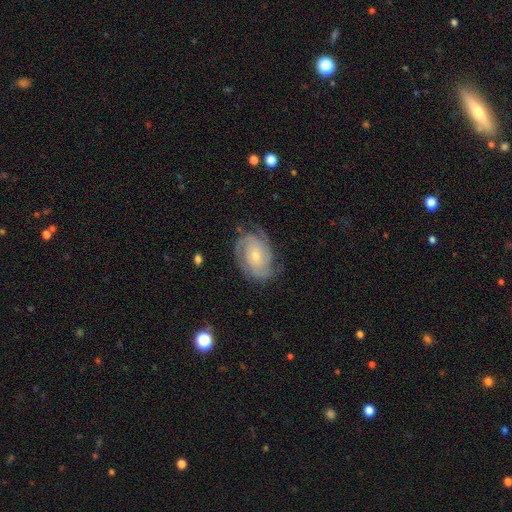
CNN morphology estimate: This is clearly a featured or disk galaxy (83%). It is clearly not viewed edge-on (97%). Bar: likely no (72%). Spiral arm pattern: clearly yes (95%). Spiral arm count: marginally 2 (42%). Spiral winding: likely tight (62%). Central bulge: likely small (69%). Merging: likely none (71%).